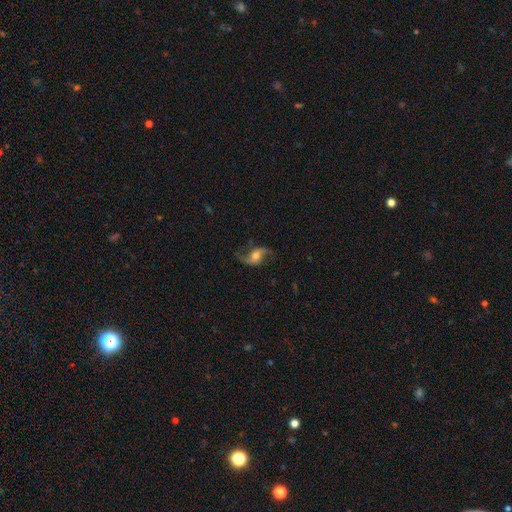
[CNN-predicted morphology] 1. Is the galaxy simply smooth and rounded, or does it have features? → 82% featured or disk, 11% smooth, 7% star or artifact.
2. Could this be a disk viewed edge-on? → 96% no, 4% yes.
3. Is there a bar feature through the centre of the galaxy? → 54% no, 32% weak, 14% strong.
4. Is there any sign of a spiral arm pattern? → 95% yes, 5% no.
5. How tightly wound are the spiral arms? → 80% loose, 16% medium, 4% tight.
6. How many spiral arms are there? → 93% 2, 2% 1, 2% can't tell, 1% 3, 1% 4, 1% more than 4.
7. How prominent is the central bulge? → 60% moderate, 25% small, 11% large, 3% none, 2% dominant.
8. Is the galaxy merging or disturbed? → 72% none, 15% minor disturbance, 11% major disturbance, 2% merger.